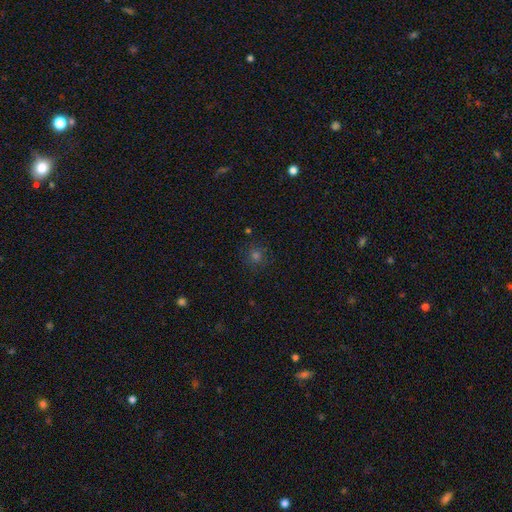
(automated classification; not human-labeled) Overall: smooth (61%; star or artifact 31%). How rounded: round (92%). Merging: none (87%).